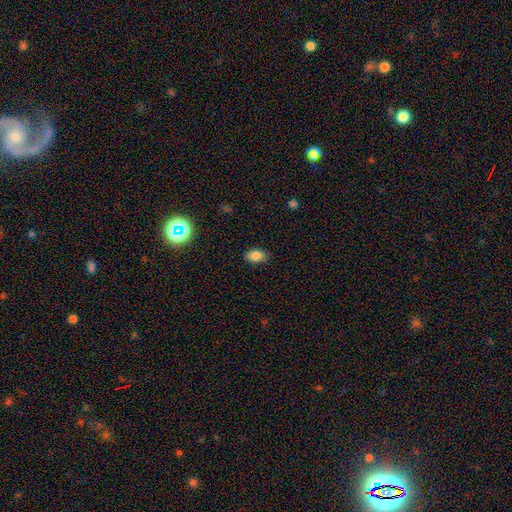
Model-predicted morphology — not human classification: Overall: smooth (83%). How rounded: in between (86%). Merging: none (82%).